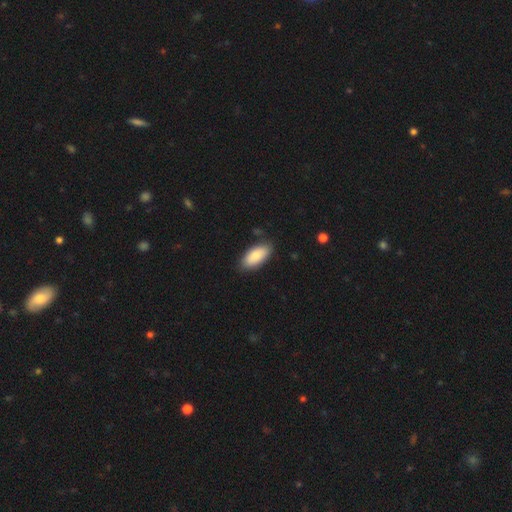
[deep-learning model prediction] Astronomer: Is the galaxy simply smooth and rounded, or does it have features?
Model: smooth — 83%.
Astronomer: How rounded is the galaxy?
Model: in between — 92%.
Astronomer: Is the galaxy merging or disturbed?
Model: none — 83%.